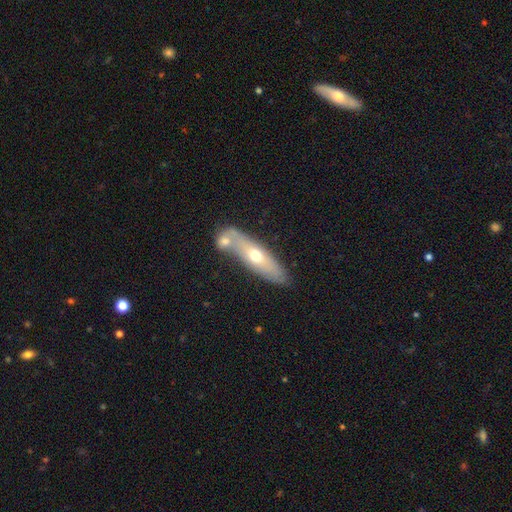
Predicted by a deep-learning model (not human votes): This is possibly a smooth galaxy (51%). How rounded: possibly cigar-shaped (55%). Merging: possibly none (54%).